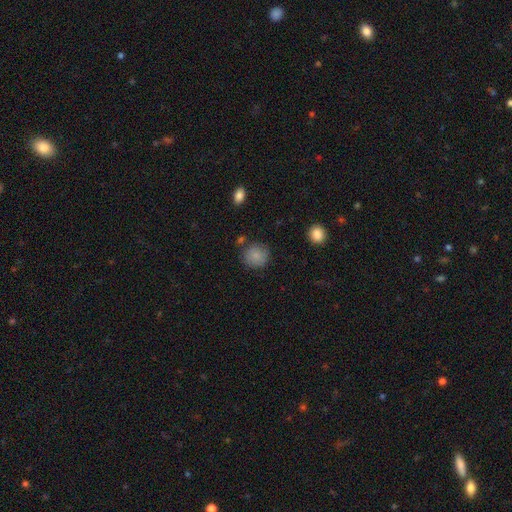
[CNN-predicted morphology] Smooth or featured: smooth — 84% (star or artifact — 9%)
How rounded: round — 89% (in between — 10%)
Merging: none — 79% (minor disturbance — 13%)